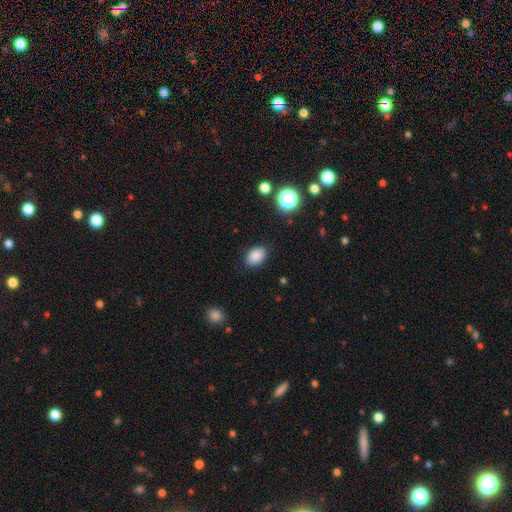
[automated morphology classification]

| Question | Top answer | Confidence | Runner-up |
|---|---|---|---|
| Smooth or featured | smooth | 86% | star or artifact (10%) |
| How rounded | in between | 77% | round (22%) |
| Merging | none | 86% | minor disturbance (10%) |